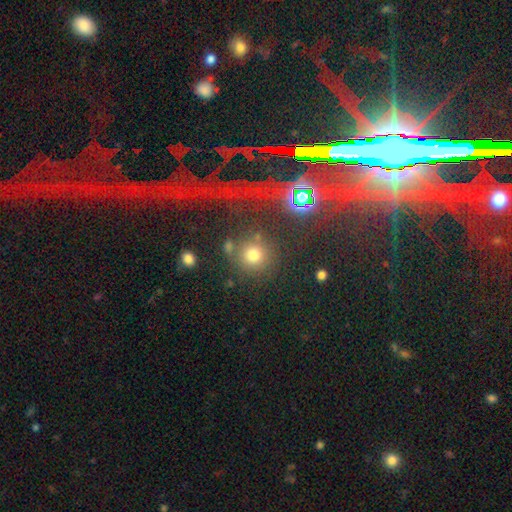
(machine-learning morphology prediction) Q: Smooth or featured?
A: smooth (67%); runner-up: star or artifact (24%)
Q: How rounded?
A: round (93%); runner-up: in between (6%)
Q: Merging?
A: none (79%); runner-up: merger (8%)